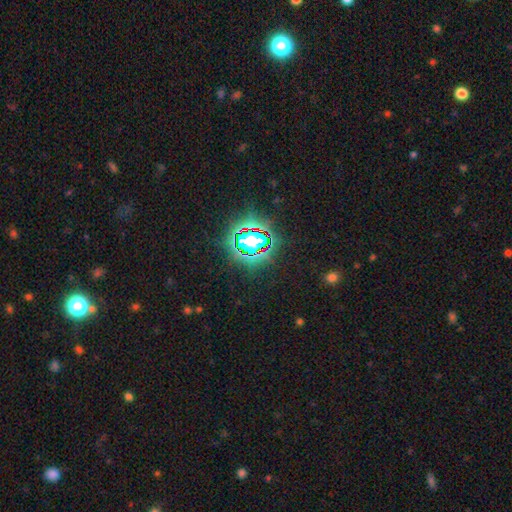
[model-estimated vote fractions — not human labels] A star or artifact, not a galaxy (79%).

Vote fractions:
- Smooth or featured? star or artifact: 79% / smooth: 13% / featured or disk: 8%